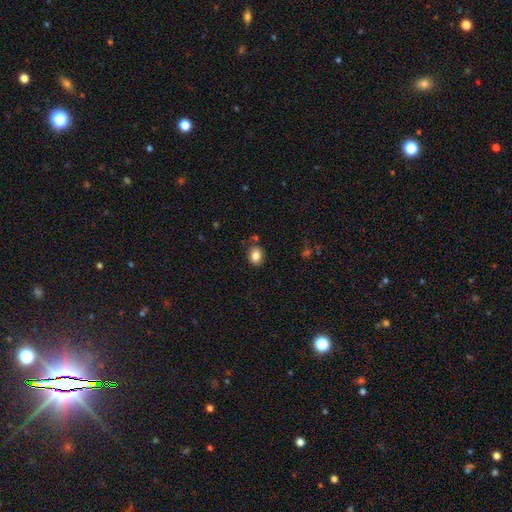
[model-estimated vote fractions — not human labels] Smooth or featured?
  - smooth: 84% *
  - star or artifact: 9%
  - featured or disk: 7%
How rounded?
  - in between: 51% *
  - round: 48%
  - cigar-shaped: 1%
Merging?
  - none: 79% *
  - minor disturbance: 13%
  - merger: 5%
  - major disturbance: 3%